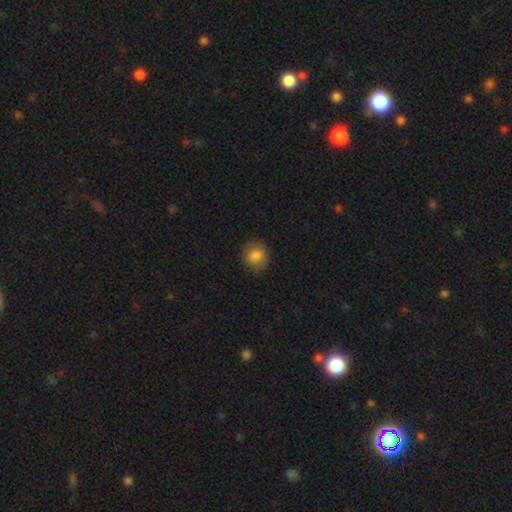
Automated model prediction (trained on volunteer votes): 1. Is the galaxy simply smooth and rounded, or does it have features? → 85% smooth, 9% star or artifact, 6% featured or disk.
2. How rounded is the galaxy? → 86% round, 13% in between, 1% cigar-shaped.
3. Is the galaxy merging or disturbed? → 86% none, 11% minor disturbance, 3% major disturbance, 1% merger.